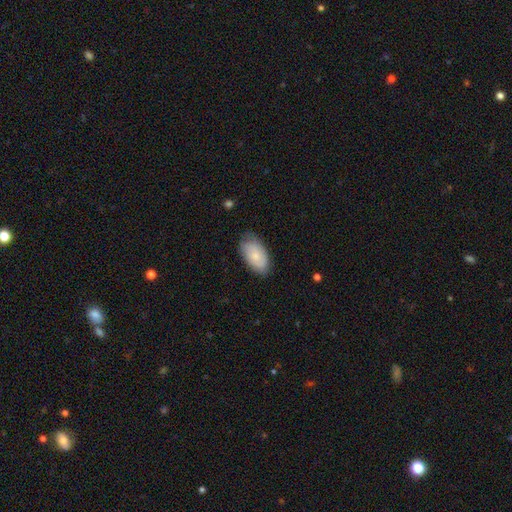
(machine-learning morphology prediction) This appears to be a smooth galaxy with no disk features (70%) that is in between round and cigar-shaped (94%). Merging: none (72%).